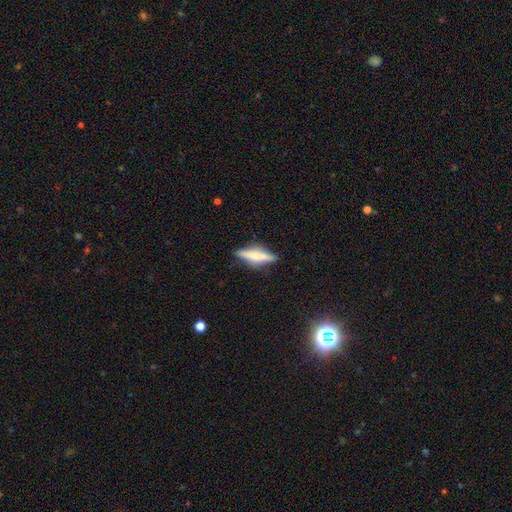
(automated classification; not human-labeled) A smooth galaxy with no disk features (46%, tied with featured or disk).

Vote fractions:
- Smooth or featured? smooth: 46% (tied) / featured or disk: 46% (tied) / star or artifact: 7%
- Merging? none: 83% / minor disturbance: 12% / major disturbance: 3% / merger: 2%